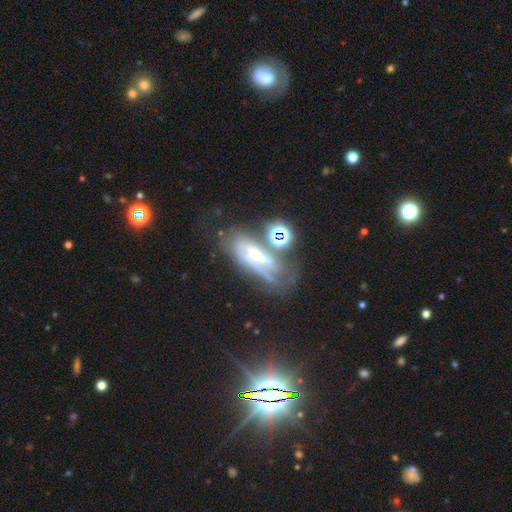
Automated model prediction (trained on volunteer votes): Smooth or featured? featured or disk (55%)
Edge-on disk? no (82%)
Merging? none (32%)